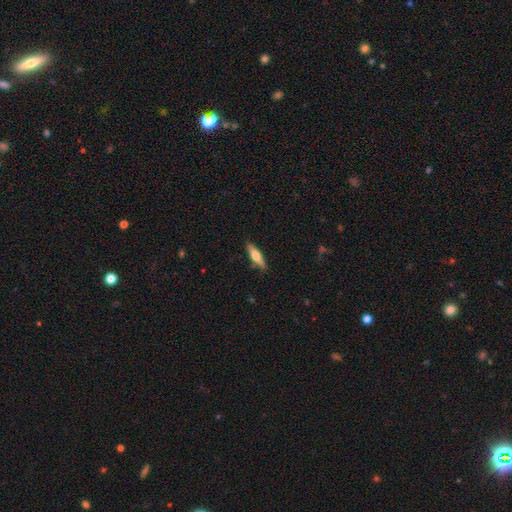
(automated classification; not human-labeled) Q: Smooth or featured?
A: smooth (56%); runner-up: featured or disk (38%)
Q: How rounded?
A: cigar-shaped (69%); runner-up: in between (29%)
Q: Merging?
A: none (84%); runner-up: minor disturbance (12%)